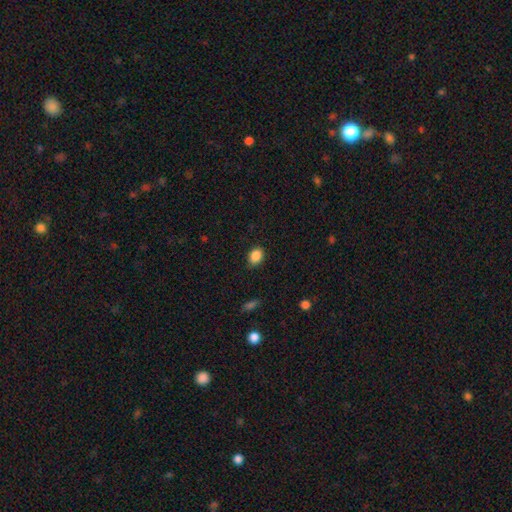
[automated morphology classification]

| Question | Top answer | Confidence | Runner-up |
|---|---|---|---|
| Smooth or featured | smooth | 88% | star or artifact (9%) |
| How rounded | in between | 66% | round (33%) |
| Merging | none | 83% | minor disturbance (13%) |